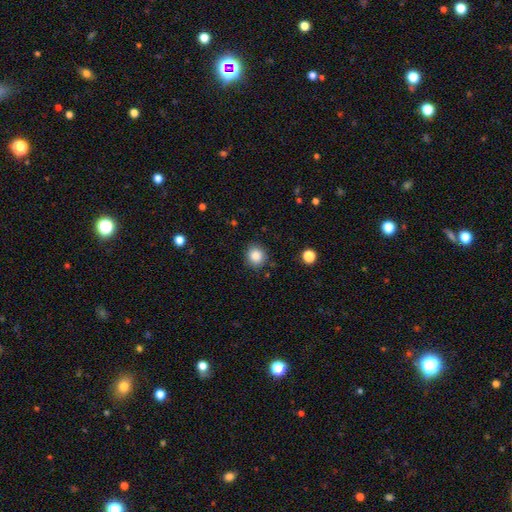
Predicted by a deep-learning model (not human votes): A smooth galaxy with no disk features (86%) that is round (88%).

Vote fractions:
- Smooth or featured? smooth: 86% / star or artifact: 10% / featured or disk: 4%
- How rounded? round: 88% / in between: 11% / cigar-shaped: 1%
- Merging? none: 86% / minor disturbance: 9% / major disturbance: 3% / merger: 2%